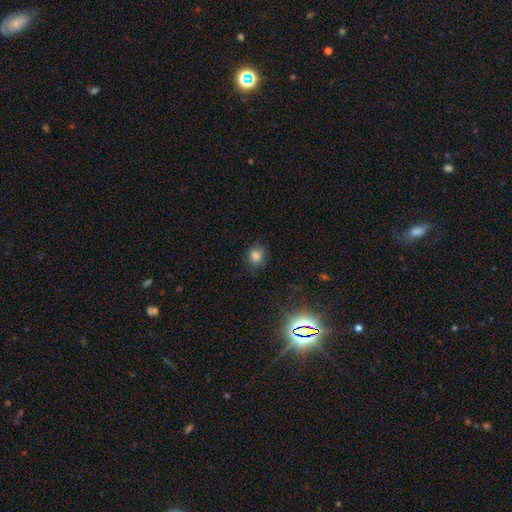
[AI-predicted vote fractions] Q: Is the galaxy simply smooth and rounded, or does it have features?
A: smooth — 80%.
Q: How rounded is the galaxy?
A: round — 71%.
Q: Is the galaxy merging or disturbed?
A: none — 77%.